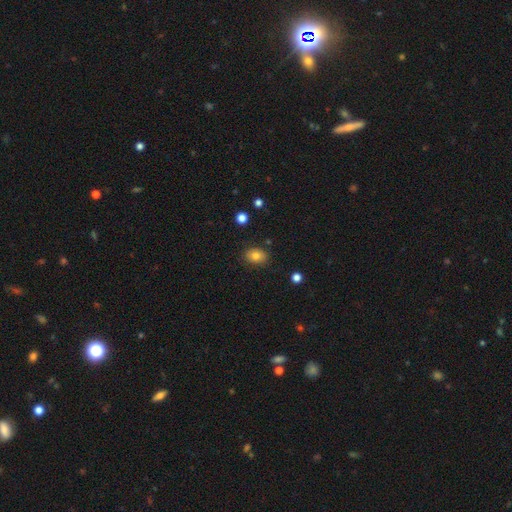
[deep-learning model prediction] The model was most divided on "how rounded": in between: 66%, round: 33%, cigar-shaped: 1%. More confident: merging — none (85%); smooth or featured — smooth (80%).